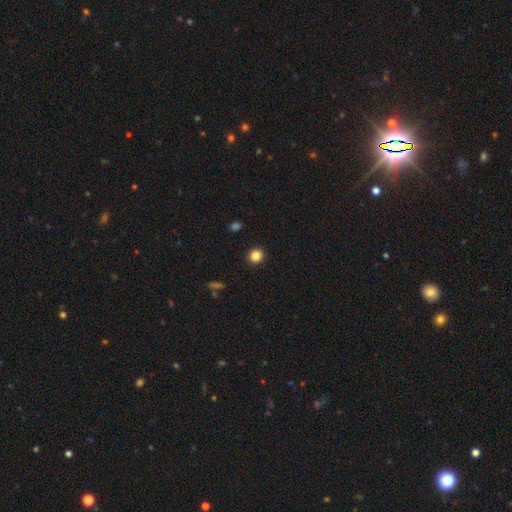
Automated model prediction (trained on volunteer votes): Smooth or featured? smooth (84%)
How rounded? round (89%)
Merging? none (93%)